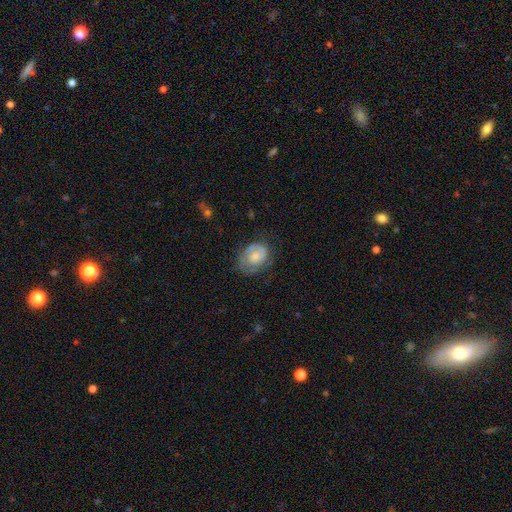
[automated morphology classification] This appears to be a smooth galaxy with no disk features (54%) that is in between round and cigar-shaped (68%). Merging: none (54%).